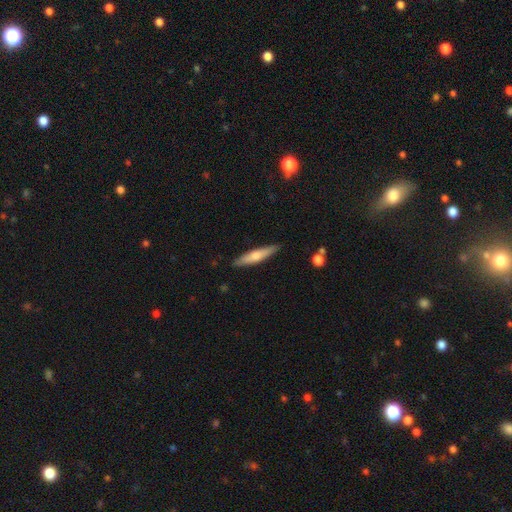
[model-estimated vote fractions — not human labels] smooth 59%, featured or disk 36%, star or artifact 5%. Down the decision tree: how rounded — cigar-shaped (86%); merging — none (88%).